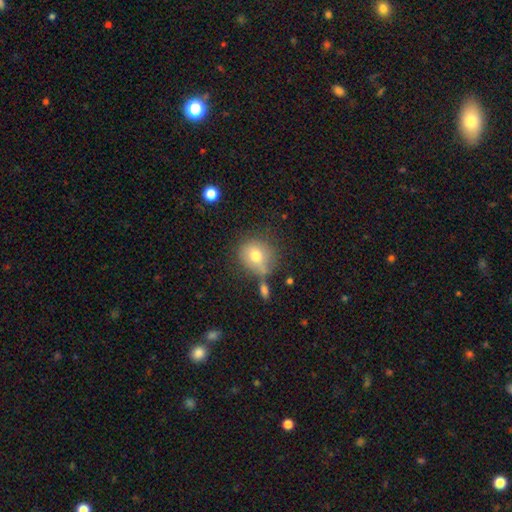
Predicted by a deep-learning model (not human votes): The model was most divided on "merging": none: 60%, minor disturbance: 20%, merger: 12%, major disturbance: 8%. More confident: how rounded — round (79%); smooth or featured — smooth (75%).